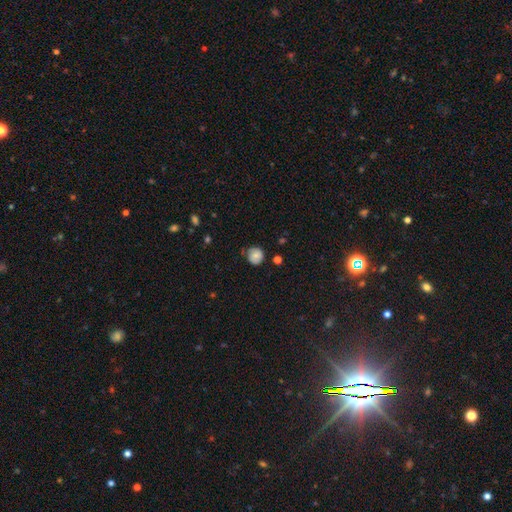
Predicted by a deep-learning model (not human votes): smooth_or_featured: smooth (p=0.73) [alt: featured or disk p=0.18]
how_rounded: round (p=0.86) [alt: in between p=0.13]
merging: none (p=0.65) [alt: minor disturbance p=0.26]